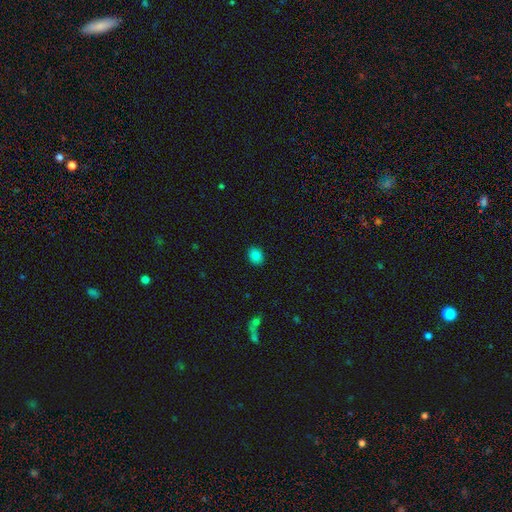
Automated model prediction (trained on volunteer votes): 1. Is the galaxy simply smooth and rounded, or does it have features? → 84% smooth, 11% star or artifact, 5% featured or disk.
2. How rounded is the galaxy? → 52% round, 47% in between, 1% cigar-shaped.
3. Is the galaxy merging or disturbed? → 91% none, 7% minor disturbance, 2% major disturbance, 1% merger.